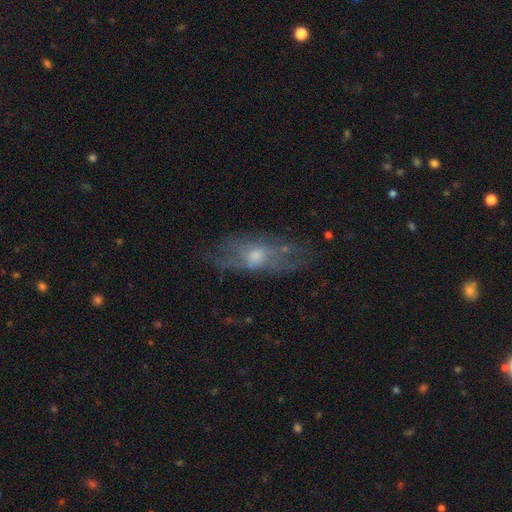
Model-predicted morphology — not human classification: A featured or disk galaxy (54%). Merging: none (63%).